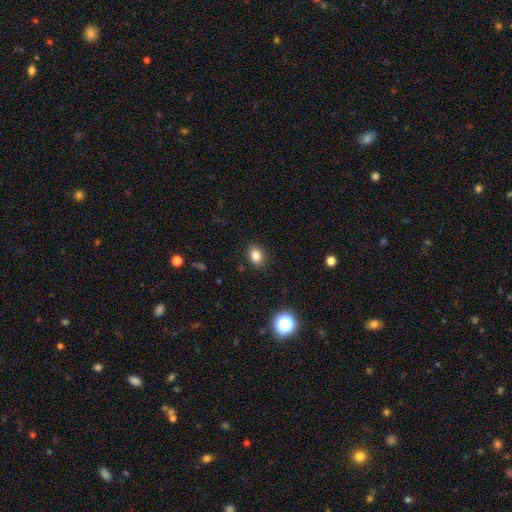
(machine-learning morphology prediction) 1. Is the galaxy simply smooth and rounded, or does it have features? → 83% smooth, 11% star or artifact, 6% featured or disk.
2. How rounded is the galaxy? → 61% in between, 38% round, 1% cigar-shaped.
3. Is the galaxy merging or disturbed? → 88% none, 8% minor disturbance, 2% major disturbance, 1% merger.